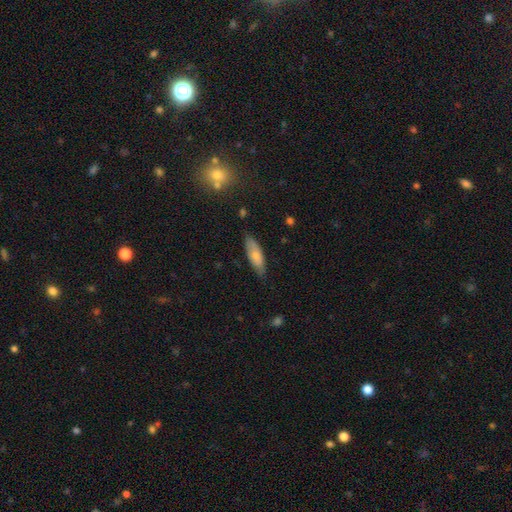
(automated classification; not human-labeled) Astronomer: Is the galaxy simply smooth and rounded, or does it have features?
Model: smooth — 71%.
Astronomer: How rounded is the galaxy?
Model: in between — 63%.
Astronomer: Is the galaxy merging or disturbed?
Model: none — 76%.